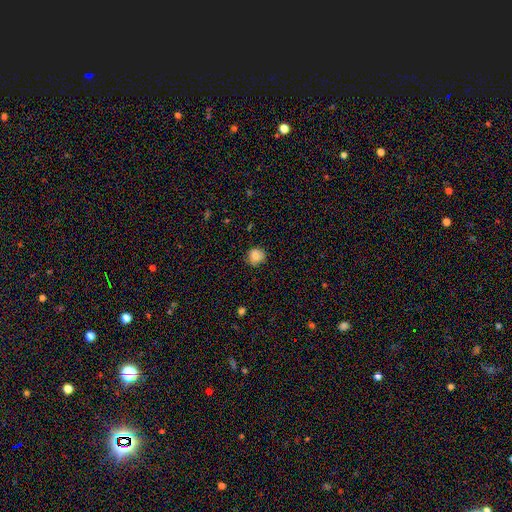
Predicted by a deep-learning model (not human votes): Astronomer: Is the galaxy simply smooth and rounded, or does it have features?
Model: smooth — 84%.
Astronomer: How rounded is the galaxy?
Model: round — 86%.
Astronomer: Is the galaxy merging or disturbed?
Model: none — 79%.